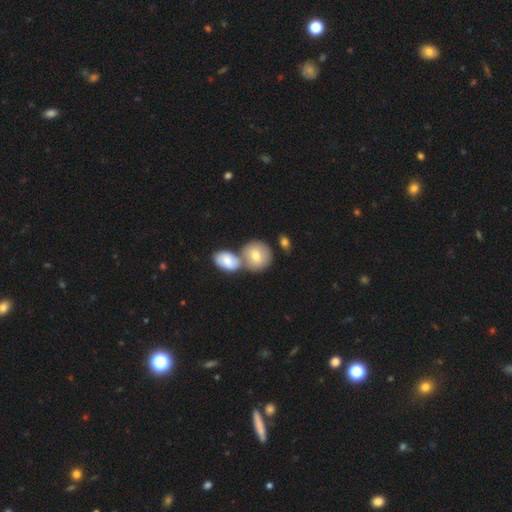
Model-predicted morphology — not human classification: Smooth or featured: smooth — 72% (featured or disk — 21%)
How rounded: round — 78% (in between — 21%)
Merging: merger — 45% (none — 43%)